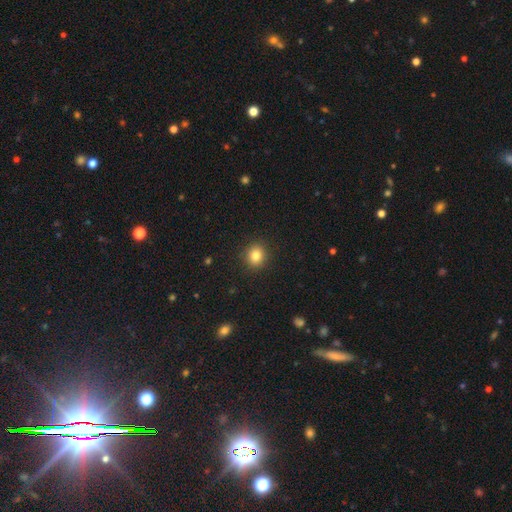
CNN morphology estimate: Smooth or featured: smooth — 84% (star or artifact — 10%)
How rounded: round — 82% (in between — 17%)
Merging: none — 91% (minor disturbance — 6%)